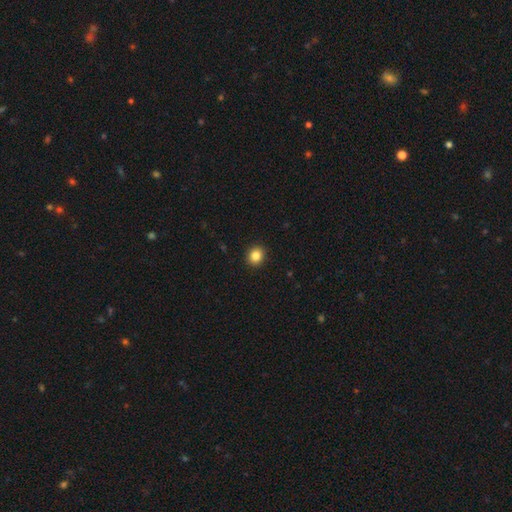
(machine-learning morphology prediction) Smooth or featured?
  - smooth: 85% *
  - star or artifact: 10%
  - featured or disk: 5%
How rounded?
  - round: 80% *
  - in between: 19%
  - cigar-shaped: 1%
Merging?
  - none: 92% *
  - minor disturbance: 5%
  - major disturbance: 2%
  - merger: 1%